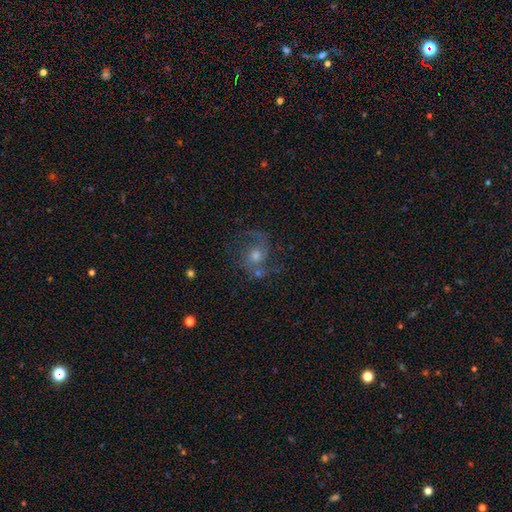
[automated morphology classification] Smooth or featured? featured or disk (73%)
Edge-on disk? no (97%)
Bar? no (68%)
Spiral arms? yes (92%)
Spiral winding? medium (51%)
Spiral arm count? 2 (84%)
Bulge size? moderate (60%)
Merging? none (68%)